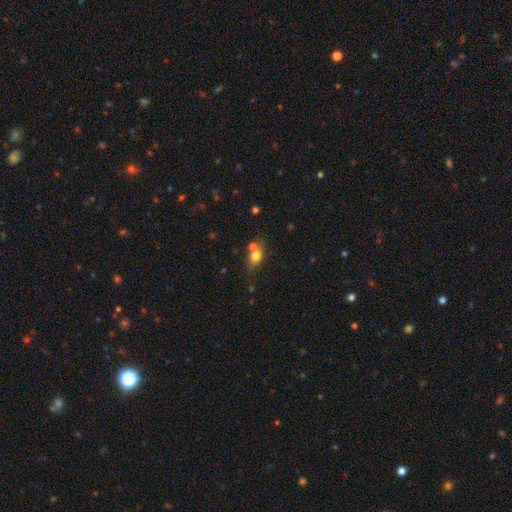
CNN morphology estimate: Smooth or featured? Predicted: smooth (p=0.74). How rounded? Predicted: in between (p=0.61). Merging? Predicted: none (p=0.48).